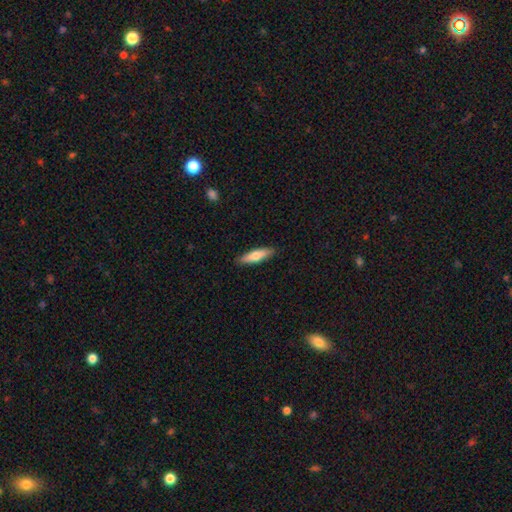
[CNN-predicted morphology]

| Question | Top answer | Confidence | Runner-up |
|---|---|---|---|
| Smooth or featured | smooth | 70% | featured or disk (24%) |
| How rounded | cigar-shaped | 66% | in between (32%) |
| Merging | none | 89% | minor disturbance (8%) |